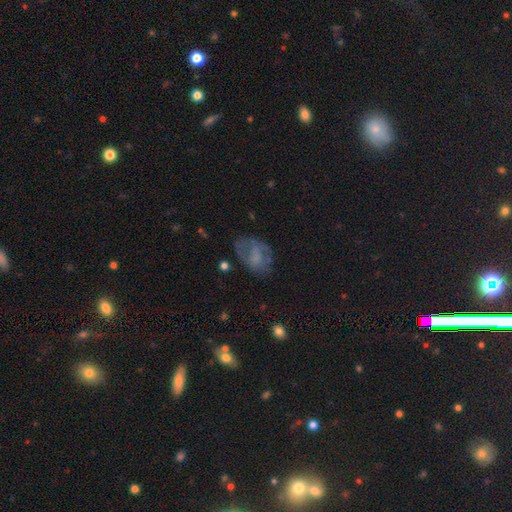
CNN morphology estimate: A smooth galaxy with no disk features (46%).

Vote fractions:
- Smooth or featured? smooth: 46% / featured or disk: 41% / star or artifact: 13%
- Merging? none: 54% / minor disturbance: 23% / major disturbance: 21% / merger: 2%